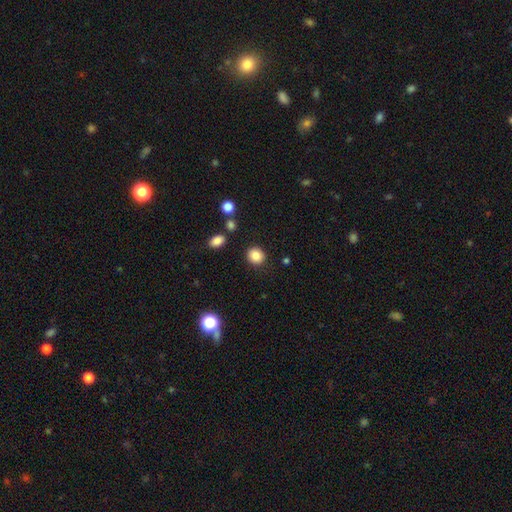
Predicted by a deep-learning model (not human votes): Smooth or featured? Predicted: smooth (p=0.85). How rounded? Predicted: round (p=0.84). Merging? Predicted: none (p=0.88).